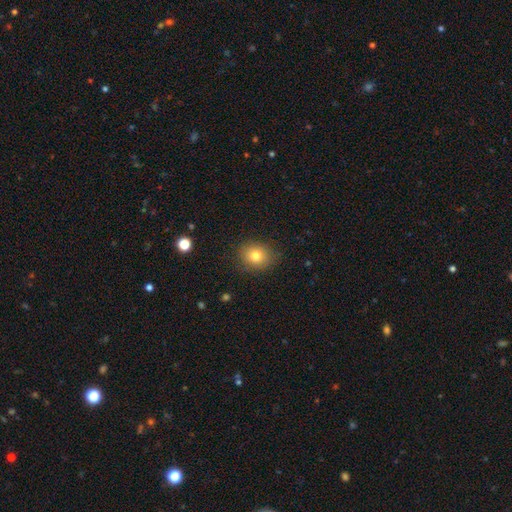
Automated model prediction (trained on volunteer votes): smooth 78%, star or artifact 12%, featured or disk 10%. Down the decision tree: how rounded — round (64%); merging — none (85%).